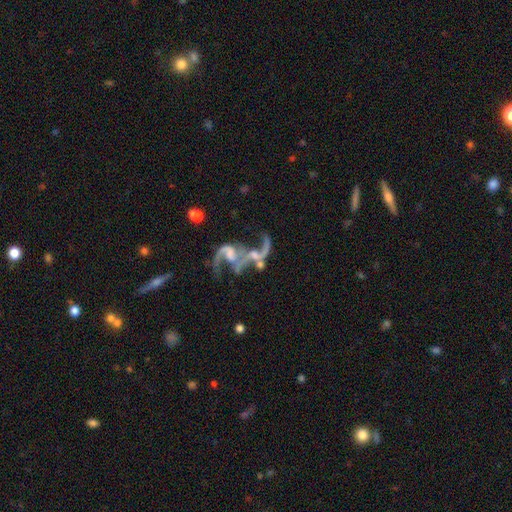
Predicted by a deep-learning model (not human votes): A featured or disk galaxy (75%) with no bar (58%), 2 (52%) loose (78%) spiral arms (72%) and no central bulge (41%). Merging: merger (50%).